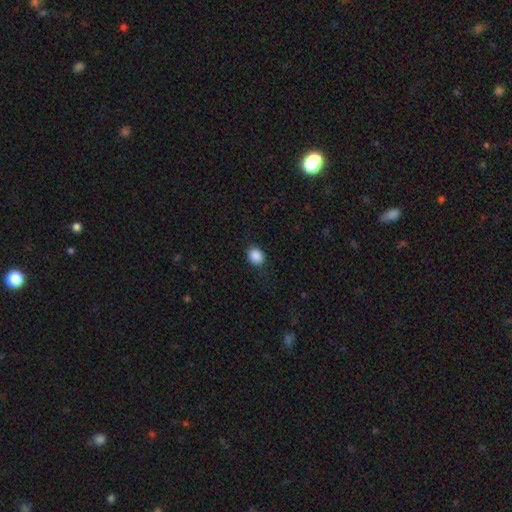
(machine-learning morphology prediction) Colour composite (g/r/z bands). It shows a smooth galaxy with no disk features (88%) that is round (56%). Merging: none (83%).